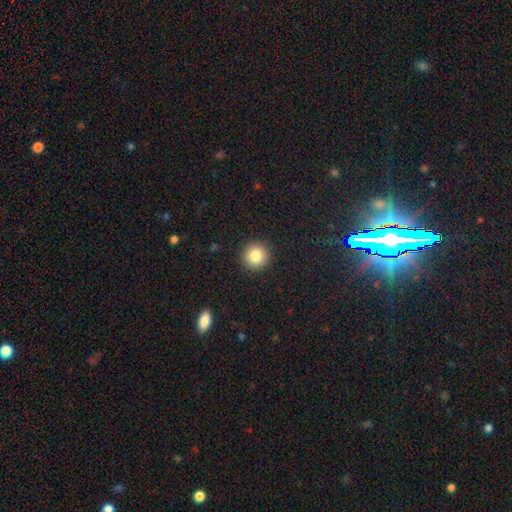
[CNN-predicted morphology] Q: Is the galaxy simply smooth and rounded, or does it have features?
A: smooth — 83%.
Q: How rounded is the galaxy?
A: round — 94%.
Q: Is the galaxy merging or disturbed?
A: none — 92%.